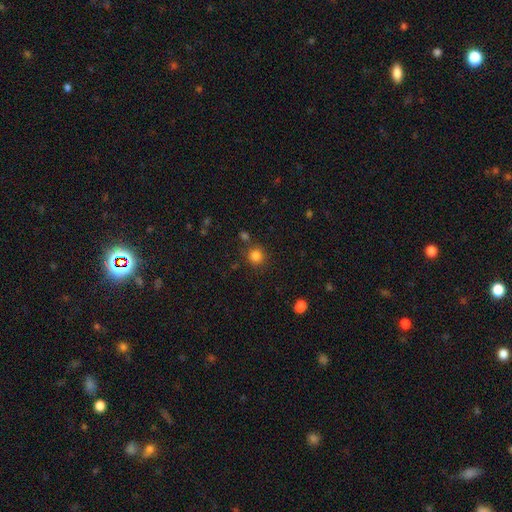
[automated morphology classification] type=smooth (83%); roundness=round (92%); merging=none (81%).